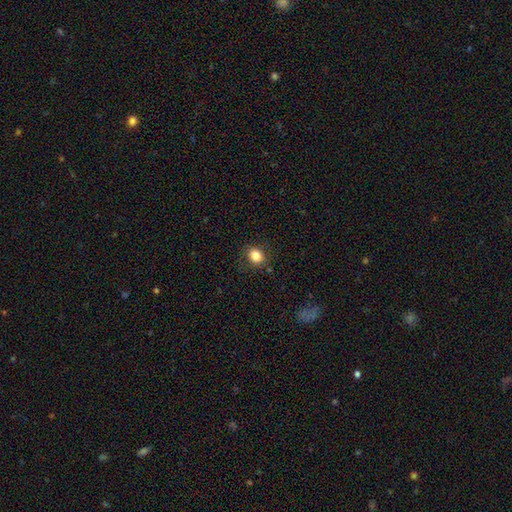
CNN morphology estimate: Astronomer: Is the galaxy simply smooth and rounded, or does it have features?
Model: smooth — 84%.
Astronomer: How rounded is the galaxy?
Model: round — 69%.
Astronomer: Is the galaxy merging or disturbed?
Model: none — 85%.